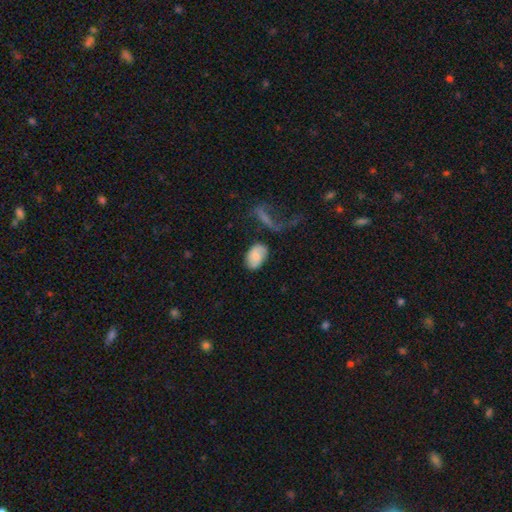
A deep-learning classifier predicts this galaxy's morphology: A smooth galaxy with no disk features (65%) that is in between round and cigar-shaped (87%). Merging: none (64%).